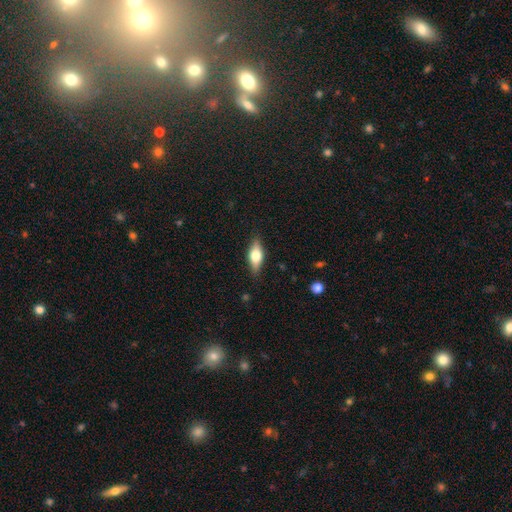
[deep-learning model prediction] Overall: smooth (53%; featured or disk 40%). How rounded: in between (73%). Merging: none (84%).